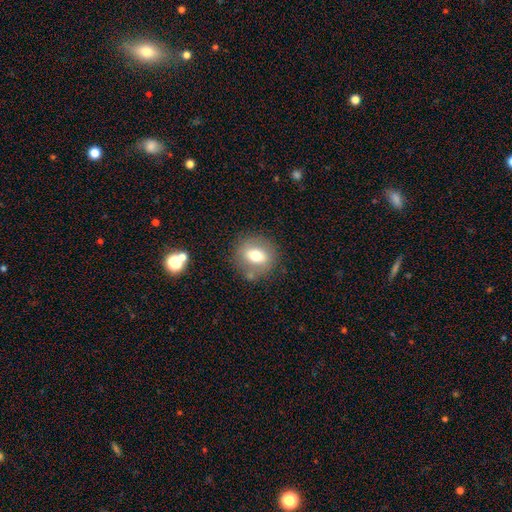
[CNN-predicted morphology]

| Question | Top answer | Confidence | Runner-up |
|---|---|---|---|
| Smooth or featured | smooth | 65% | featured or disk (25%) |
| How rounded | round | 73% | in between (26%) |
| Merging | none | 79% | minor disturbance (12%) |